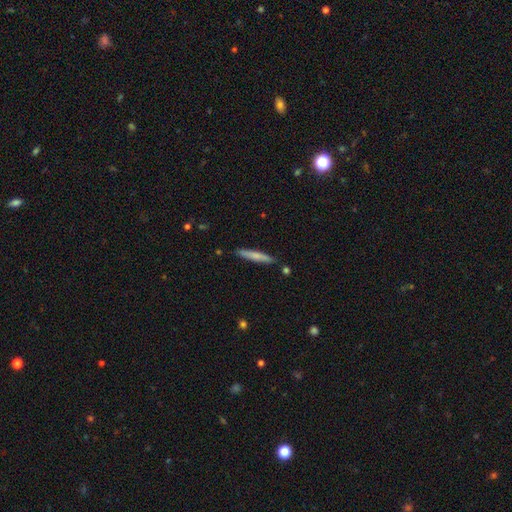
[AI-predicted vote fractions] Overall: smooth (66%; featured or disk 28%). How rounded: cigar-shaped (93%). Merging: none (87%).